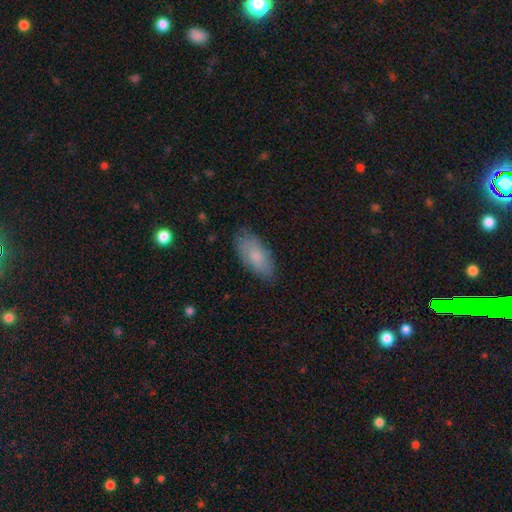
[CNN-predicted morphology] smooth 78%, featured or disk 15%, star or artifact 6%. Down the decision tree: how rounded — in between (88%); merging — none (78%).